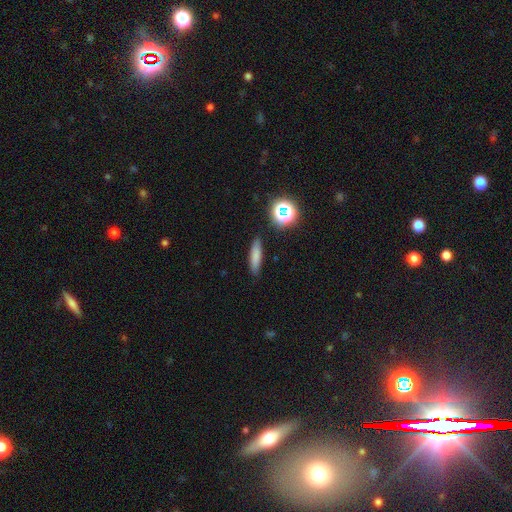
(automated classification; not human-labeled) Smooth or featured? Predicted: smooth (p=0.76). How rounded? Predicted: cigar-shaped (p=0.73). Merging? Predicted: none (p=0.87).